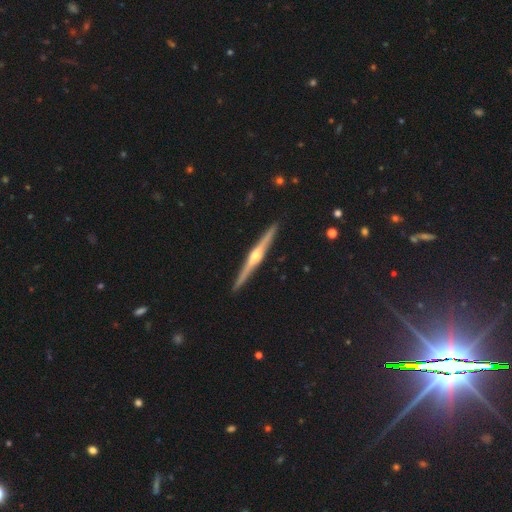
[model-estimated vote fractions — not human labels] Smooth or featured? Predicted: featured or disk (p=0.84). Edge-on disk? Predicted: yes (p=0.98). Edge-on bulge? Predicted: rounded (p=0.93). Merging? Predicted: none (p=0.92).